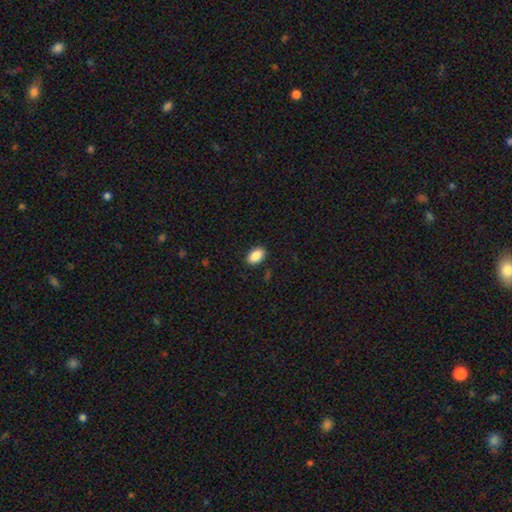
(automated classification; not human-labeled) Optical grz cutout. It shows a smooth galaxy with no disk features (88%) that is in between round and cigar-shaped (90%). Merging: none (89%).